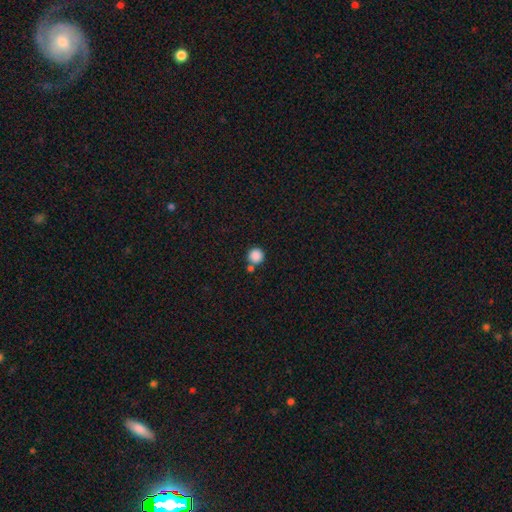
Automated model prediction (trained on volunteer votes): This is clearly a smooth galaxy (86%). How rounded: clearly round (95%). Merging: likely none (71%).